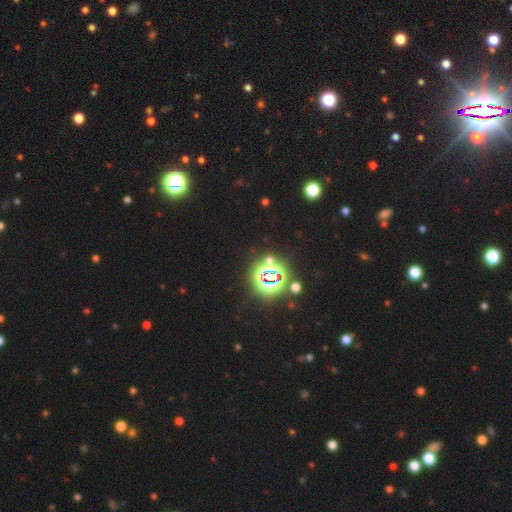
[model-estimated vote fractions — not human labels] Smooth or featured? star or artifact (85%)